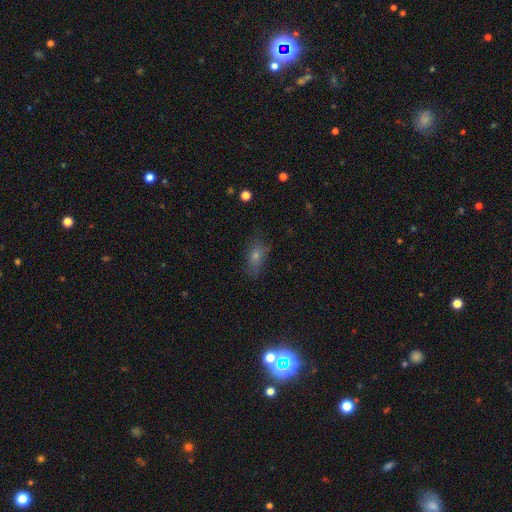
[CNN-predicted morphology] Smooth or featured?
  - smooth: 51% *
  - star or artifact: 27%
  - featured or disk: 22%
How rounded?
  - in between: 76% *
  - round: 15%
  - cigar-shaped: 9%
Merging?
  - none: 74% *
  - minor disturbance: 18%
  - major disturbance: 6%
  - merger: 2%